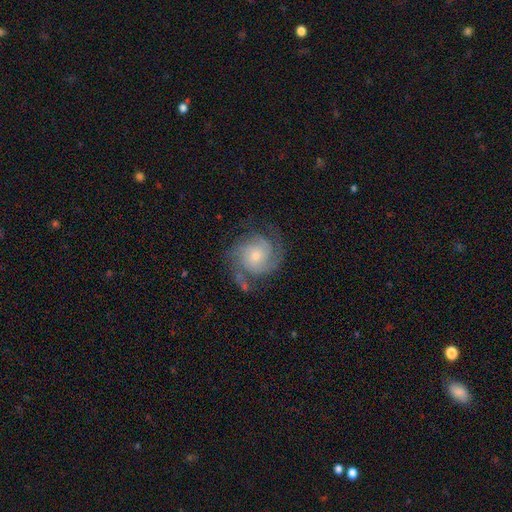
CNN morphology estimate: This appears to be a featured or disk galaxy (82%) with no bar (75%), 3 (34%) tight (57%) spiral arms (96%) and a small central bulge (57%). Merging: none (68%).